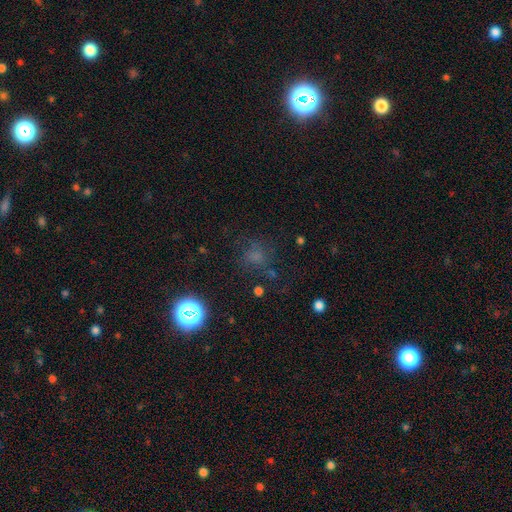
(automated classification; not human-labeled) Smooth or featured?
  - smooth: 54% *
  - star or artifact: 32%
  - featured or disk: 14%
How rounded?
  - round: 78% *
  - in between: 21%
  - cigar-shaped: 1%
Merging?
  - none: 67% *
  - minor disturbance: 16%
  - major disturbance: 13%
  - merger: 4%